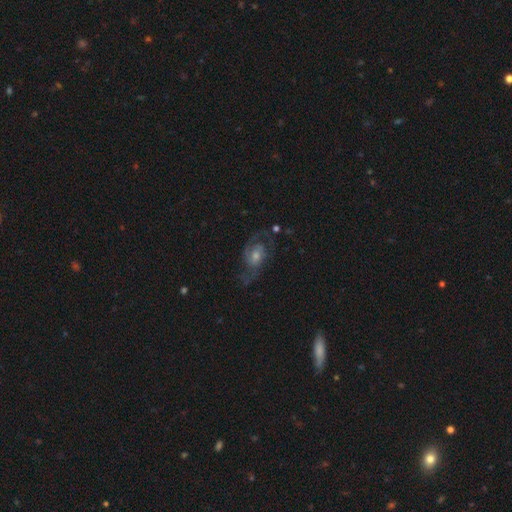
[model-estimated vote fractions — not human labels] A featured or disk galaxy (79%) with no bar (58%), 2 (76%) medium (51%) spiral arms (93%) and a moderate central bulge (51%).

Vote fractions:
- Smooth or featured? featured or disk: 79% / smooth: 12% / star or artifact: 10%
- Edge-on disk? no: 96% / yes: 4%
- Bar? no: 58% / weak: 35% / strong: 7%
- Spiral arms? yes: 93% / no: 7%
- Spiral winding? medium: 51% / loose: 25% / tight: 24%
- Spiral arm count? 2: 76% / can't tell: 11% / 3: 6% / 1: 3% / 4: 2% / more than 4: 2%
- Bulge size? moderate: 51% / small: 36% / large: 8% / none: 4% / dominant: 2%
- Merging? none: 65% / minor disturbance: 18% / major disturbance: 15% / merger: 2%